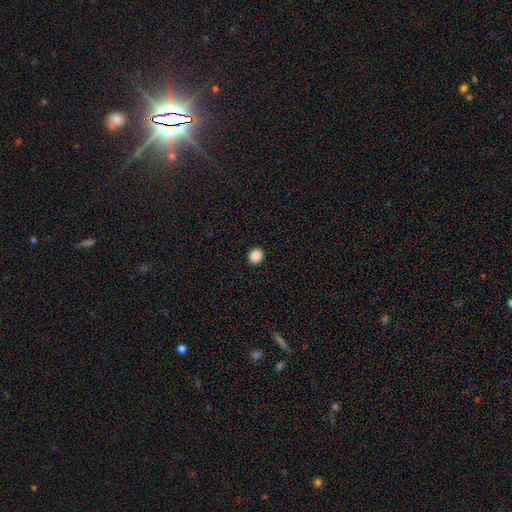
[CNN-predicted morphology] Smooth or featured? Predicted: smooth (p=0.87). How rounded? Predicted: round (p=0.74). Merging? Predicted: none (p=0.92).